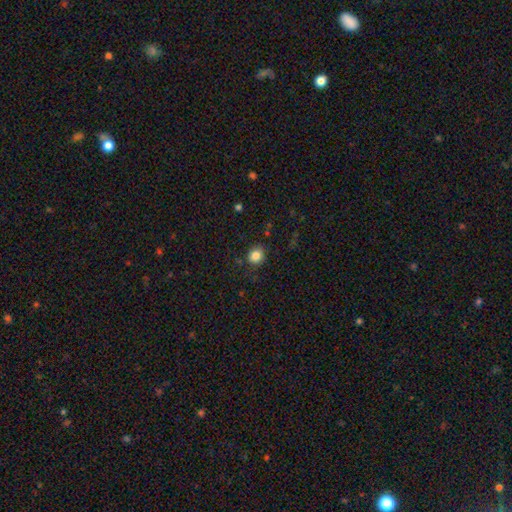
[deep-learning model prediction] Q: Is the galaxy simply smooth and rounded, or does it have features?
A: smooth — 84%.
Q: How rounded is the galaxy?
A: round — 76%.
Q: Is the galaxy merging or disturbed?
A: none — 84%.